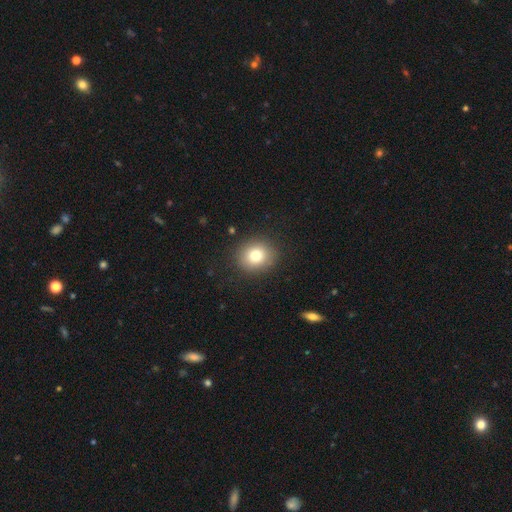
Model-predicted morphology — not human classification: Smooth or featured? Predicted: smooth (p=0.78). How rounded? Predicted: round (p=0.77). Merging? Predicted: none (p=0.88).